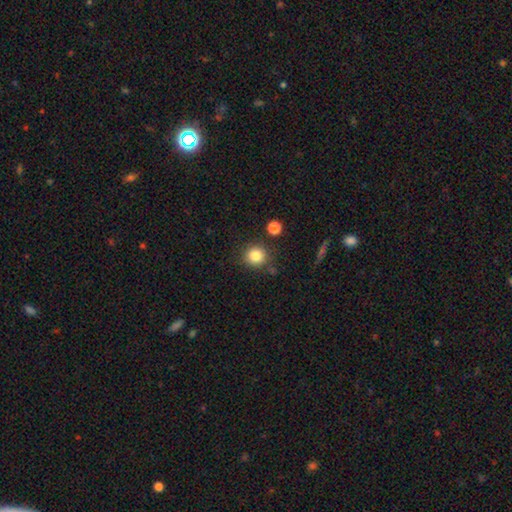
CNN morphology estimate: Smooth or featured? Predicted: smooth (p=0.84). How rounded? Predicted: round (p=0.91). Merging? Predicted: none (p=0.84).